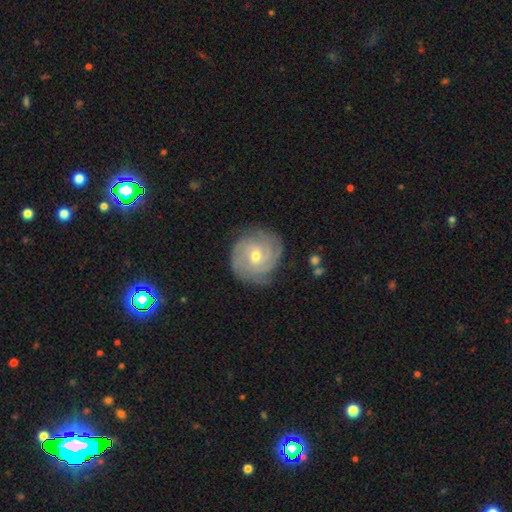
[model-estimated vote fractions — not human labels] Smooth or featured? Predicted: featured or disk (p=0.82). Edge-on disk? Predicted: no (p=0.98). Bar? Predicted: no (p=0.53). Spiral arms? Predicted: yes (p=0.96). Spiral winding? Predicted: tight (p=0.76). Spiral arm count? Predicted: can't tell (p=0.28). Bulge size? Predicted: moderate (p=0.54). Merging? Predicted: none (p=0.82).